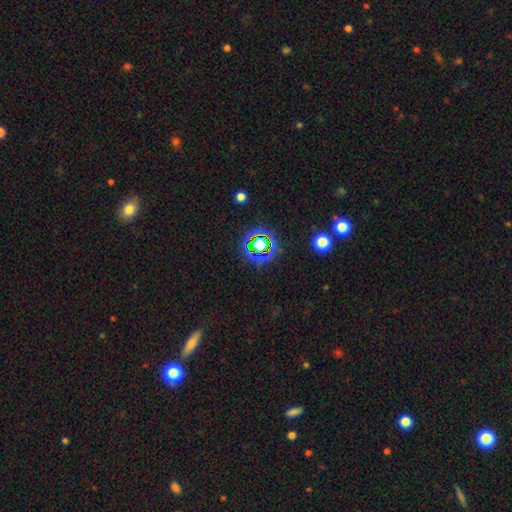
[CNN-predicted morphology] smooth_or_featured: star or artifact (p=0.70) [alt: smooth p=0.17]